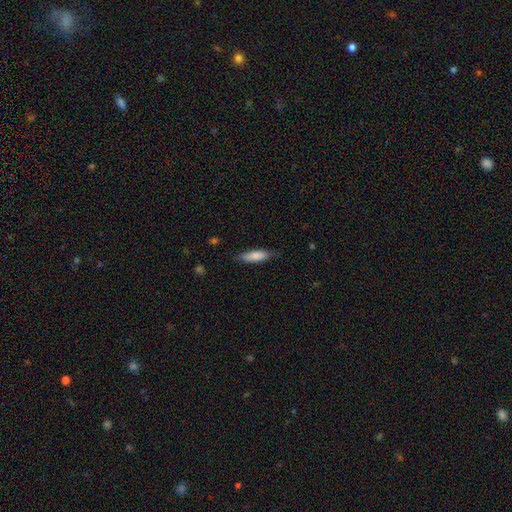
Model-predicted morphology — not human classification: This is likely a smooth galaxy (78%). How rounded: possibly cigar-shaped (59%). Merging: likely none (79%).